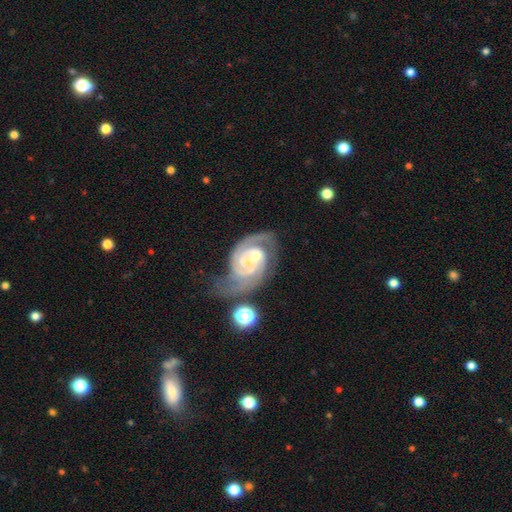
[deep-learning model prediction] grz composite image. It shows a featured or disk galaxy (87%) with no bar (50%), 2 (67%) tight (53%) spiral arms (97%) and a small central bulge (53%). Merging: none (37%).